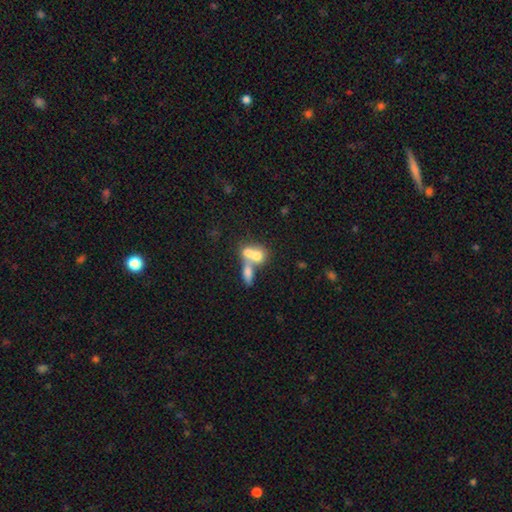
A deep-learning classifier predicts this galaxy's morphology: This is likely a smooth galaxy (65%). How rounded: likely in between (62%). Merging: likely merger (69%).